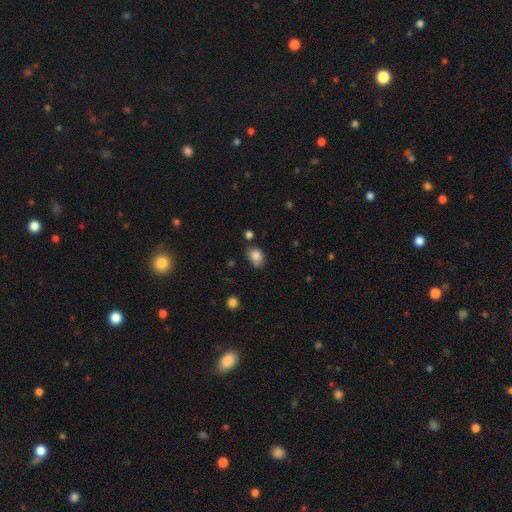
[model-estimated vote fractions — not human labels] smooth-or-featured: smooth: 84% | star or artifact: 10% | featured or disk: 7%
  how-rounded: in between: 65% | round: 34% | cigar-shaped: 1%
  merging: none: 60% | minor disturbance: 26% | merger: 7% | major disturbance: 6%